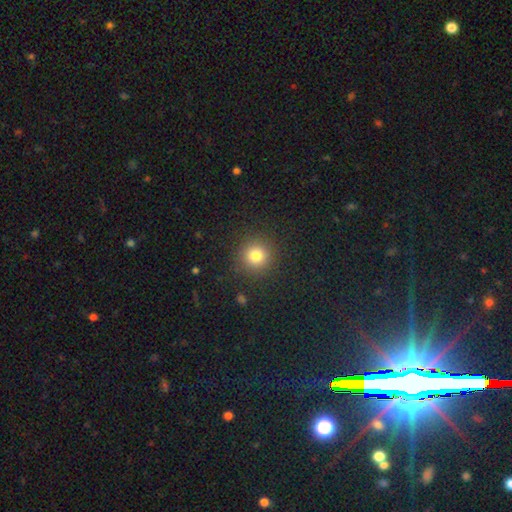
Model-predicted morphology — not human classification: type=smooth (79%); roundness=round (94%); merging=none (90%).